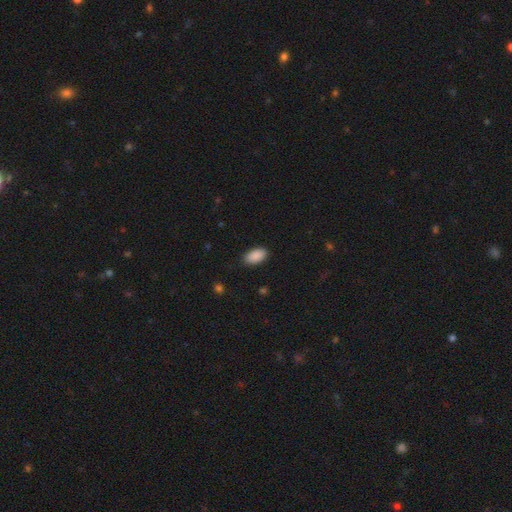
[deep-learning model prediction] This appears to be a smooth galaxy with no disk features (90%) that is in between round and cigar-shaped (95%). Merging: none (87%).